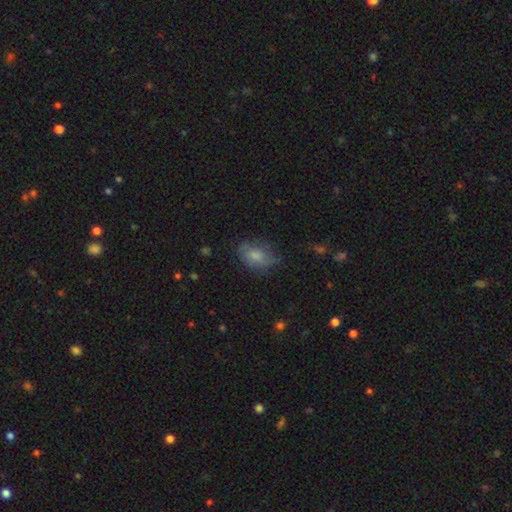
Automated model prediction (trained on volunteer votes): Overall: smooth (74%). How rounded: in between (84%). Merging: none (61%; minor disturbance 27%).